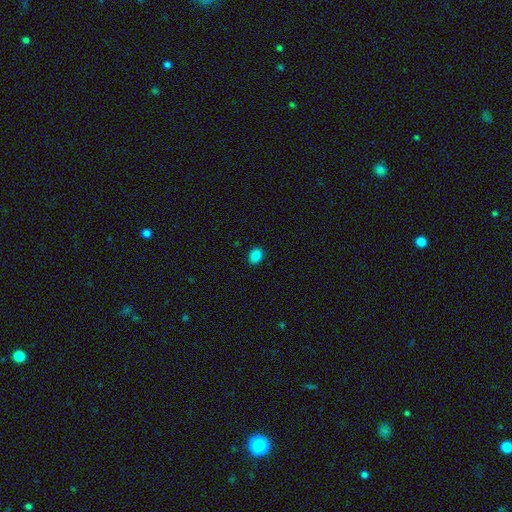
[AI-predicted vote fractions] smooth 85%, star or artifact 12%, featured or disk 3%. Down the decision tree: how rounded — in between (54%); merging — none (90%).